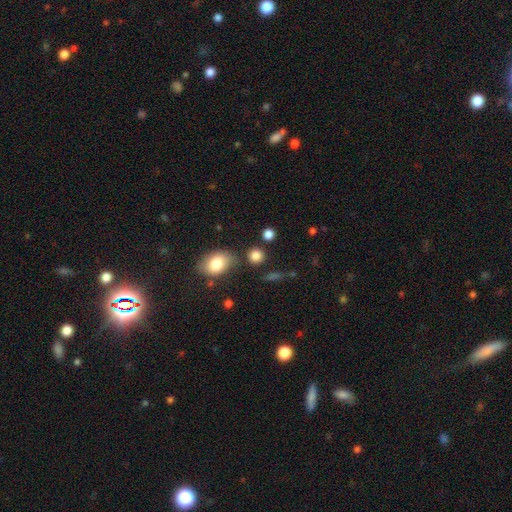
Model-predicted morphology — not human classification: Smooth or featured: smooth — 84% (star or artifact — 11%)
How rounded: round — 84% (in between — 14%)
Merging: none — 79% (minor disturbance — 10%)